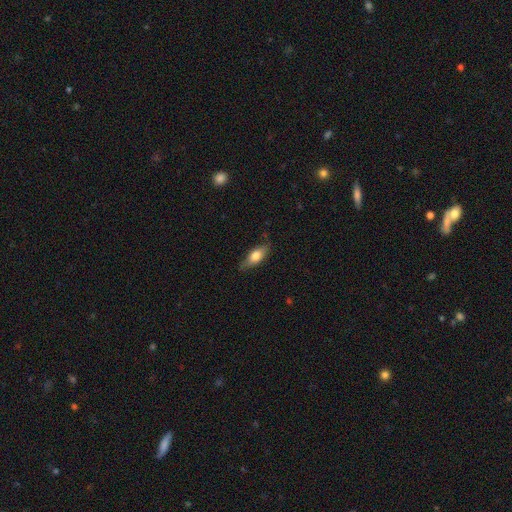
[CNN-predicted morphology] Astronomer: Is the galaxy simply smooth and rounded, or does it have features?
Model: smooth — 70%.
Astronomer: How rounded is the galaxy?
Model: in between — 75%.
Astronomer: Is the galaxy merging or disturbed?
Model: none — 77%.